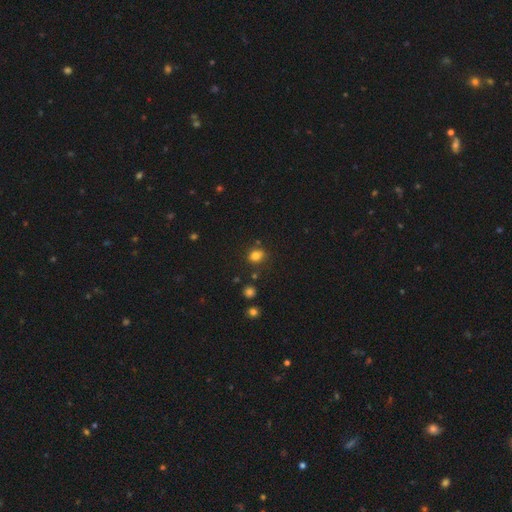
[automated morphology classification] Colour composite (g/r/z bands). It shows a smooth galaxy with no disk features (79%) that is round (56%). Merging: none (75%).